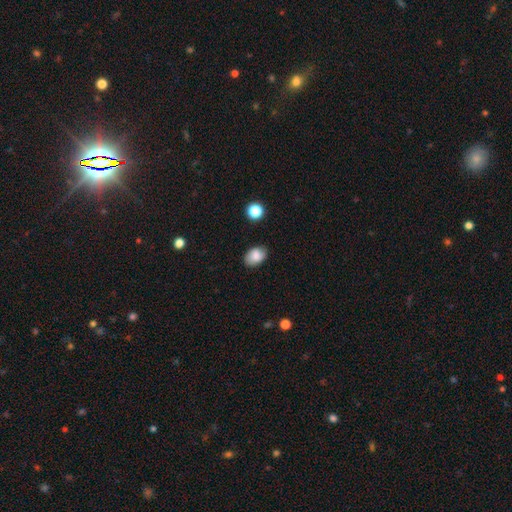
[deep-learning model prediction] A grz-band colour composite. It shows a smooth galaxy with no disk features (84%) that is in between round and cigar-shaped (79%). Merging: none (82%).